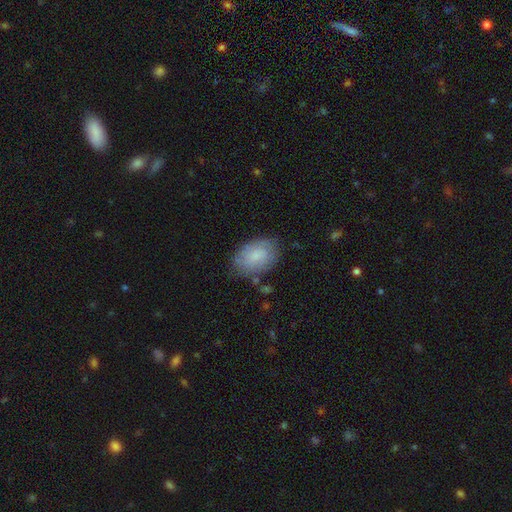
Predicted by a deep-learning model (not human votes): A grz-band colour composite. It shows a smooth galaxy with no disk features (59%) that is in between round and cigar-shaped (85%). Merging: none (71%).